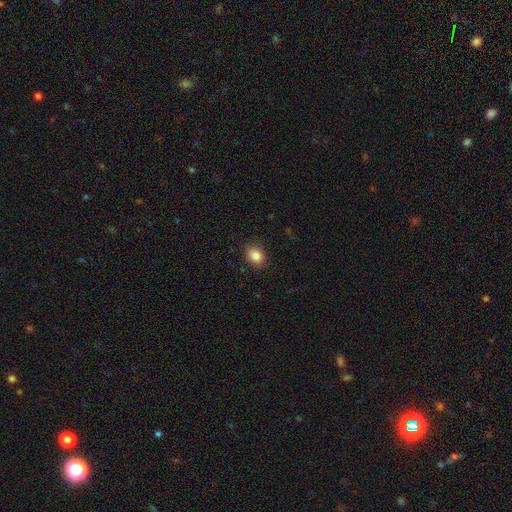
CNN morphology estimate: Q: Smooth or featured?
A: smooth (85%); runner-up: star or artifact (10%)
Q: How rounded?
A: in between (51%); runner-up: round (48%)
Q: Merging?
A: none (87%); runner-up: minor disturbance (9%)